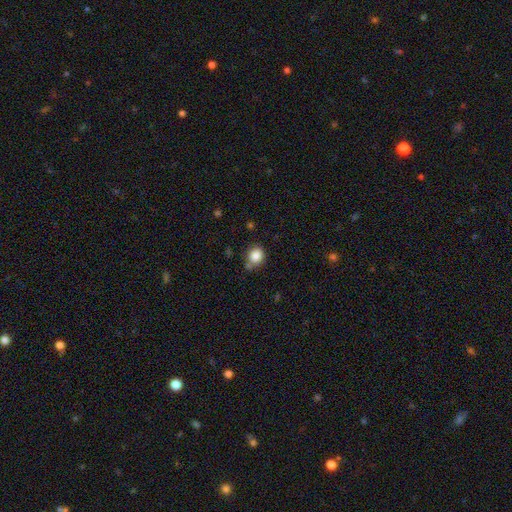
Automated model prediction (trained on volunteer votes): Smooth or featured: smooth — 86% (star or artifact — 10%)
How rounded: round — 76% (in between — 23%)
Merging: none — 67% (minor disturbance — 19%)